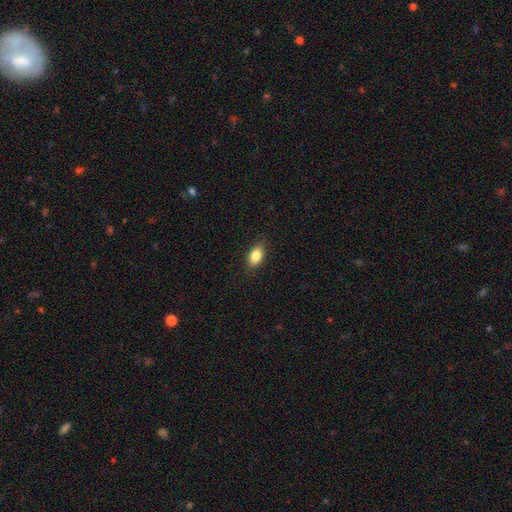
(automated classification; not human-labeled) Smooth or featured? smooth (85%)
How rounded? in between (89%)
Merging? none (87%)